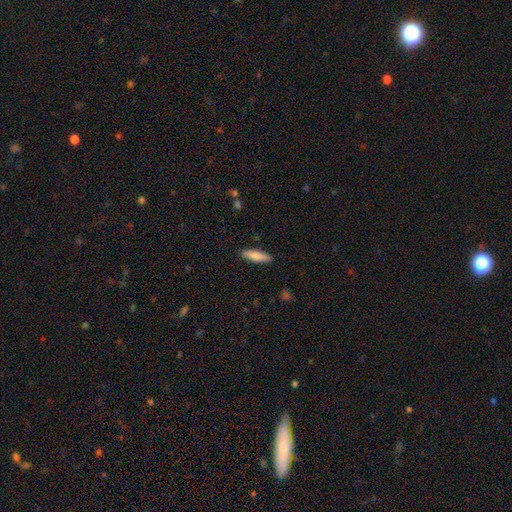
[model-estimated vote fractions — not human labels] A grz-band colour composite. It shows a smooth galaxy with no disk features (80%) that is cigar-shaped (65%). Merging: none (89%).